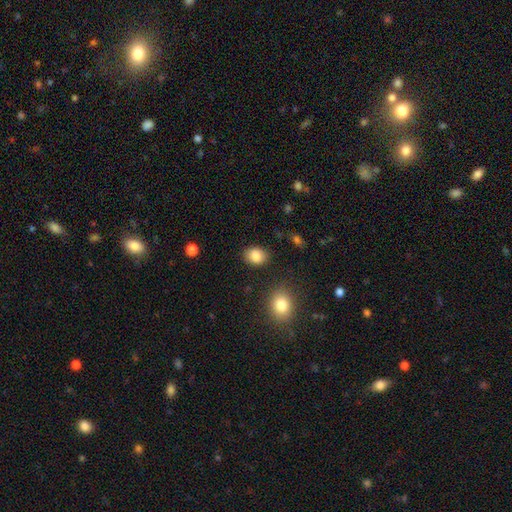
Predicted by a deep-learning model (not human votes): Smooth or featured? Predicted: smooth (p=0.85). How rounded? Predicted: in between (p=0.64). Merging? Predicted: none (p=0.86).